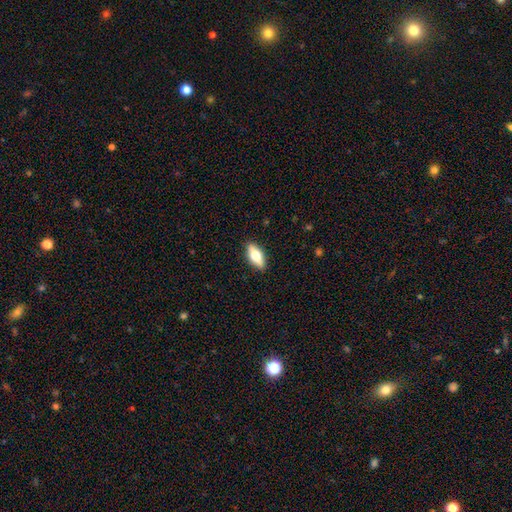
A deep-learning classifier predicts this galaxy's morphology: type=smooth (59%); roundness=in between (77%); merging=none (89%).